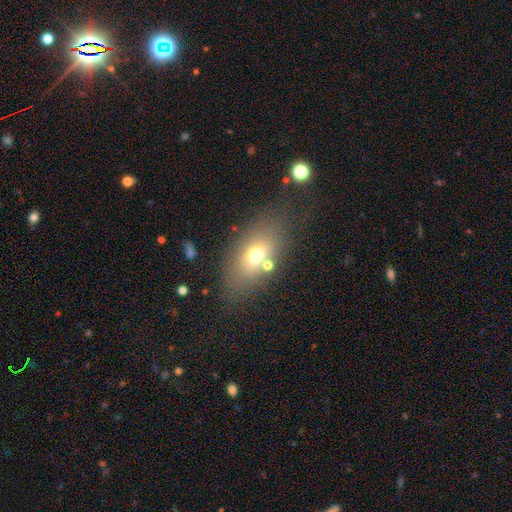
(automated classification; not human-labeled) Morphology: type=smooth (65%); roundness=in between (78%); merging=none (66%).